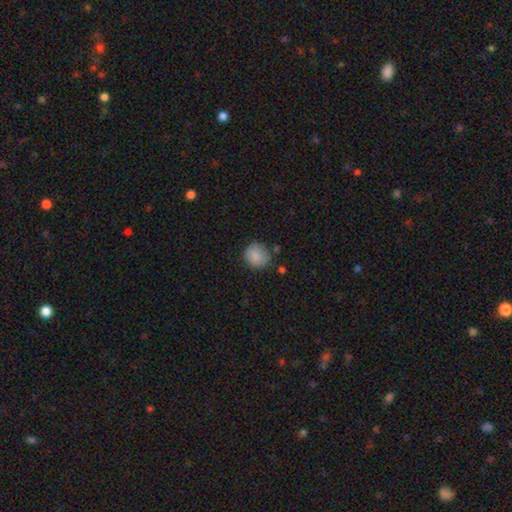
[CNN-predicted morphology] smooth-or-featured: smooth: 85% | star or artifact: 8% | featured or disk: 6%
  how-rounded: round: 85% | in between: 14% | cigar-shaped: 1%
  merging: none: 75% | minor disturbance: 17% | major disturbance: 4% | merger: 4%